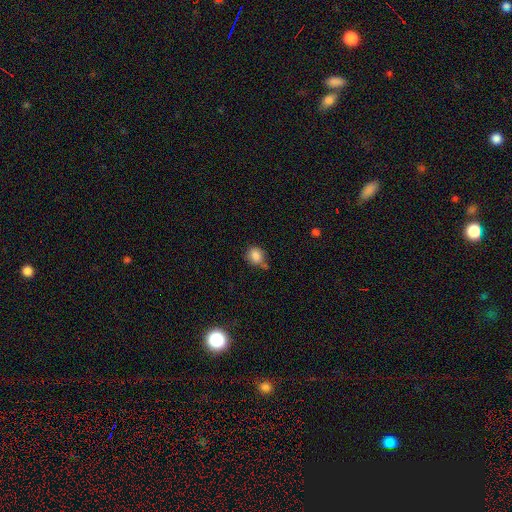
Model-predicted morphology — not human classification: Smooth or featured? smooth (85%)
How rounded? round (68%)
Merging? none (61%)